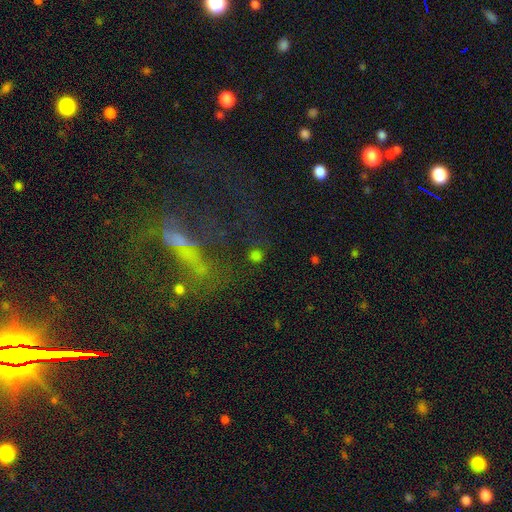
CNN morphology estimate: Smooth or featured: smooth — 69% (star or artifact — 24%)
How rounded: round — 91% (in between — 8%)
Merging: none — 80% (minor disturbance — 9%)